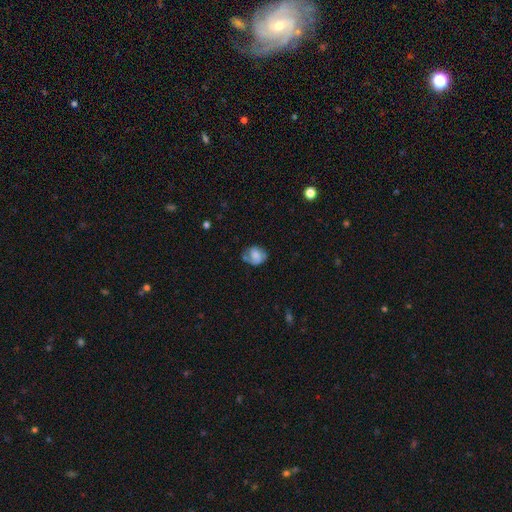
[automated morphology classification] Smooth or featured? Predicted: smooth (p=0.58). How rounded? Predicted: round (p=0.57). Merging? Predicted: none (p=0.54).